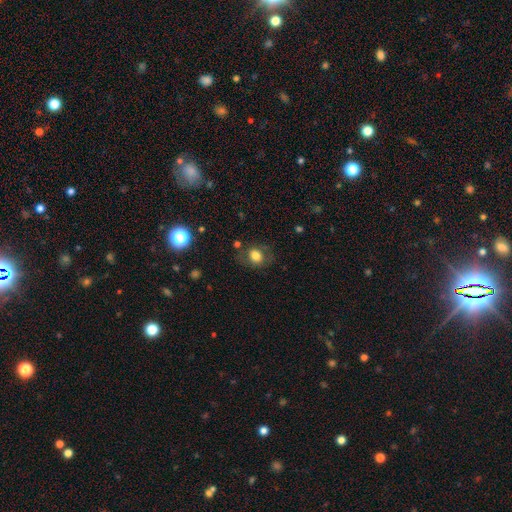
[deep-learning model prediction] smooth 72%, featured or disk 17%, star or artifact 10%. Down the decision tree: how rounded — round (52%); merging — none (71%).